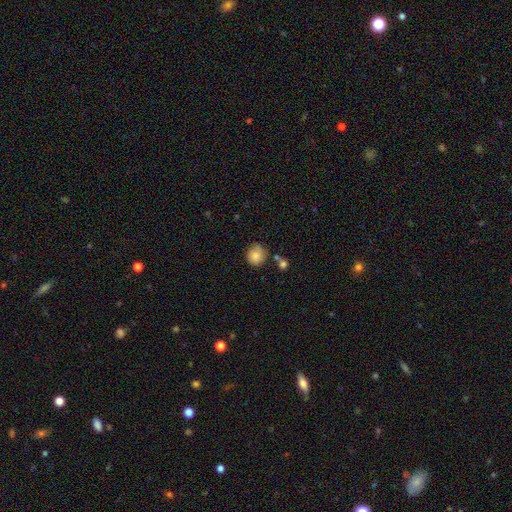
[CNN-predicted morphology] Smooth or featured? Predicted: smooth (p=0.83). How rounded? Predicted: round (p=0.84). Merging? Predicted: none (p=0.64).